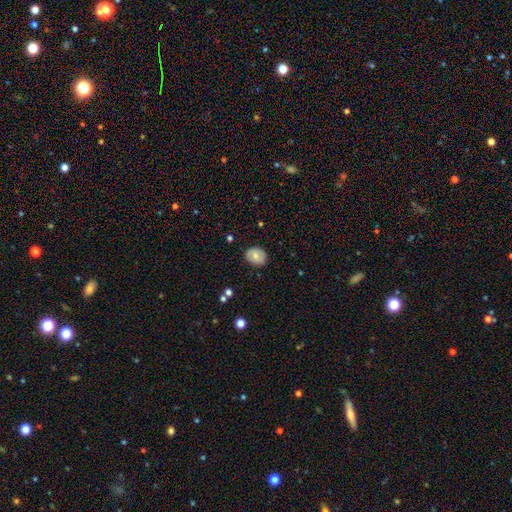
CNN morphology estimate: smooth_or_featured: smooth (p=0.72) [alt: featured or disk p=0.21]
how_rounded: in between (p=0.50) [alt: round p=0.49]
merging: none (p=0.83) [alt: minor disturbance p=0.14]